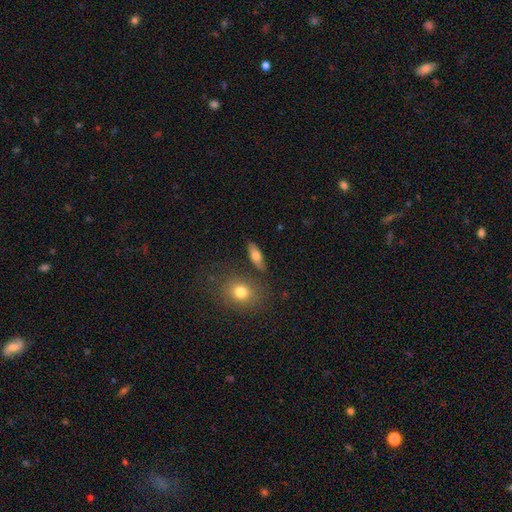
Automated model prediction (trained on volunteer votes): smooth_or_featured: smooth (p=0.68) [alt: featured or disk p=0.24]
how_rounded: in between (p=0.62) [alt: cigar-shaped p=0.32]
merging: none (p=0.83) [alt: minor disturbance p=0.10]